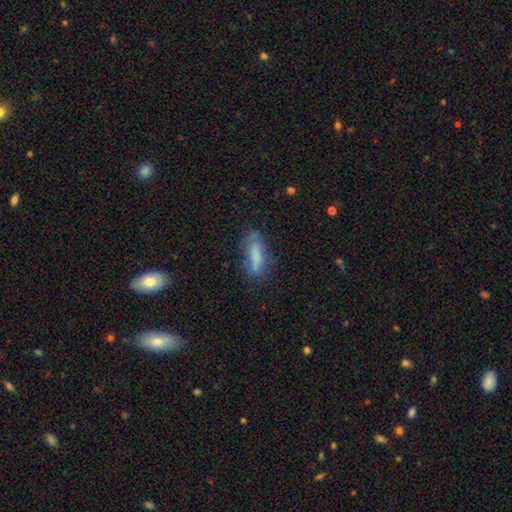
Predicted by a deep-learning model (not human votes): A smooth galaxy with no disk features (74%) that is cigar-shaped (54%).

Vote fractions:
- Smooth or featured? smooth: 74% / featured or disk: 17% / star or artifact: 9%
- How rounded? cigar-shaped: 54% / in between: 44% / round: 2%
- Merging? none: 62% / minor disturbance: 25% / major disturbance: 10% / merger: 3%